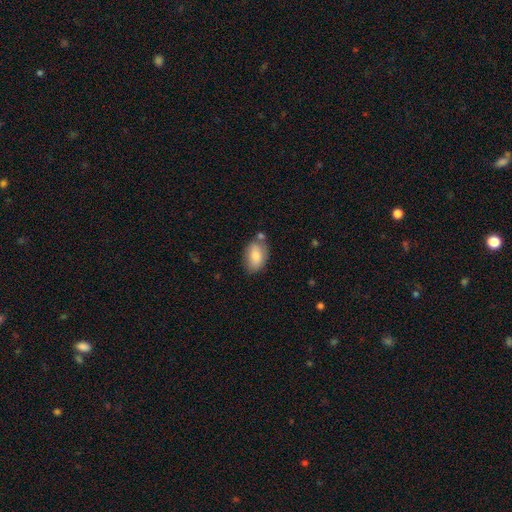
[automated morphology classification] The model was most divided on "merging": none: 66%, minor disturbance: 19%, merger: 11%, major disturbance: 4%. More confident: how rounded — in between (89%); smooth or featured — smooth (80%).